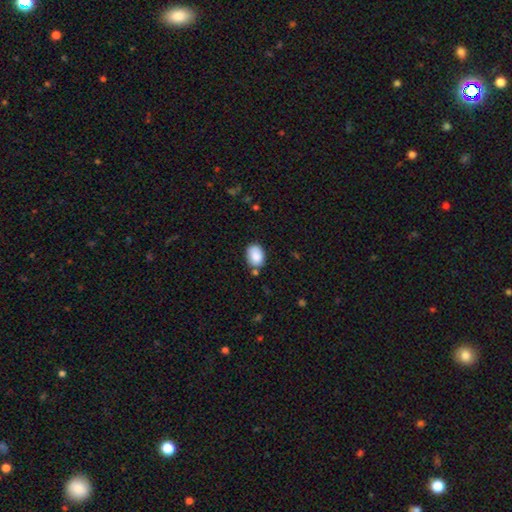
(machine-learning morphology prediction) Q: Smooth or featured?
A: smooth (87%); runner-up: star or artifact (7%)
Q: How rounded?
A: in between (76%); runner-up: round (24%)
Q: Merging?
A: none (71%); runner-up: minor disturbance (18%)